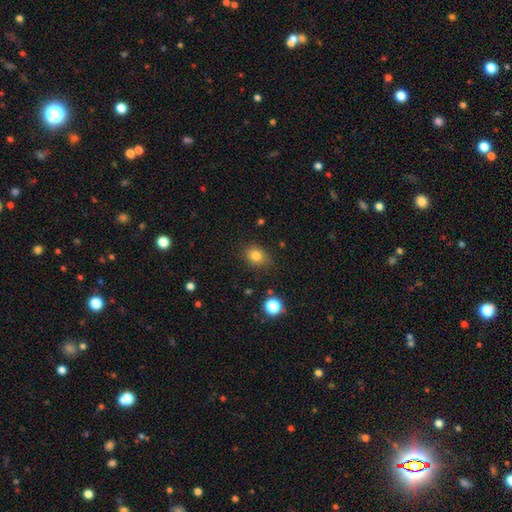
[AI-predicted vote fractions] Smooth or featured? Predicted: smooth (p=0.81). How rounded? Predicted: round (p=0.51). Merging? Predicted: none (p=0.78).